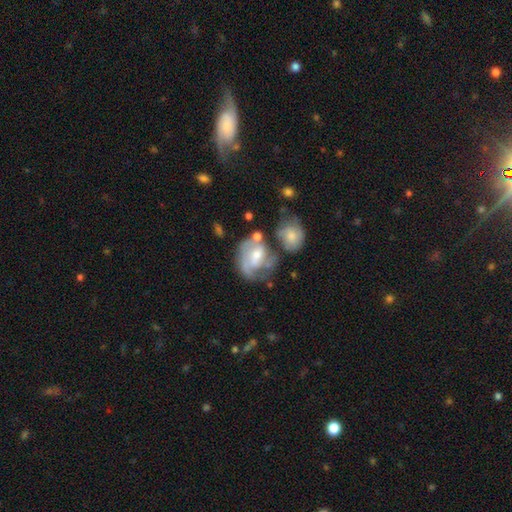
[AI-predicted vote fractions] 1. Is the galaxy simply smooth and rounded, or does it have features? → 59% featured or disk, 34% smooth, 7% star or artifact.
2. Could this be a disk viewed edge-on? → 97% no, 3% yes.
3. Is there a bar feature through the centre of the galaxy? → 54% no, 37% weak, 9% strong.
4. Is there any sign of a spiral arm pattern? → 64% yes, 36% no.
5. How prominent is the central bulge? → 52% moderate, 35% small, 6% none, 6% large, 1% dominant.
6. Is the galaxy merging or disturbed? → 30% none, 26% merger, 23% major disturbance, 20% minor disturbance.